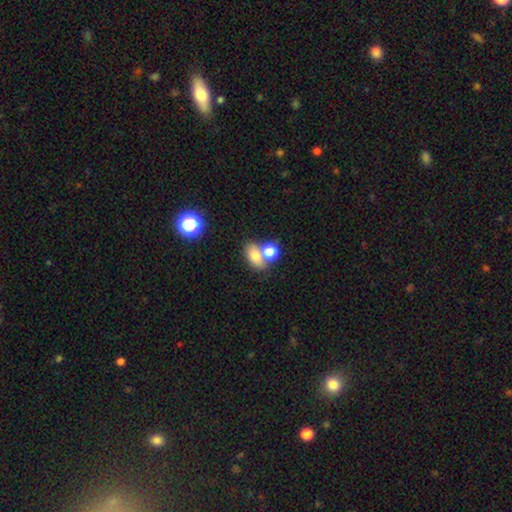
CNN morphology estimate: A smooth galaxy with no disk features (76%) that is in between round and cigar-shaped (73%). Merging: none (44%).